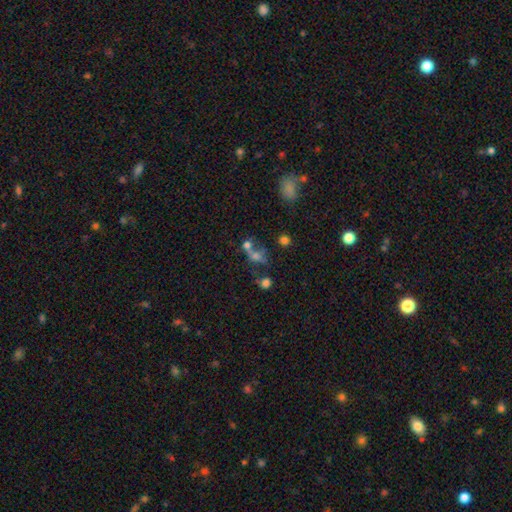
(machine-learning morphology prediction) Smooth or featured?
  - smooth: 54% *
  - featured or disk: 24%
  - star or artifact: 22%
How rounded?
  - round: 51% *
  - in between: 45%
  - cigar-shaped: 4%
Merging?
  - merger: 41% *
  - none: 33%
  - major disturbance: 13%
  - minor disturbance: 12%